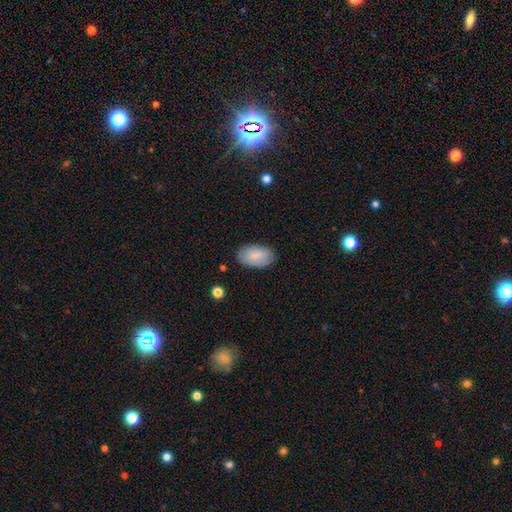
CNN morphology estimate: Smooth or featured: smooth — 84% (featured or disk — 9%)
How rounded: in between — 94% (round — 5%)
Merging: none — 84% (minor disturbance — 13%)